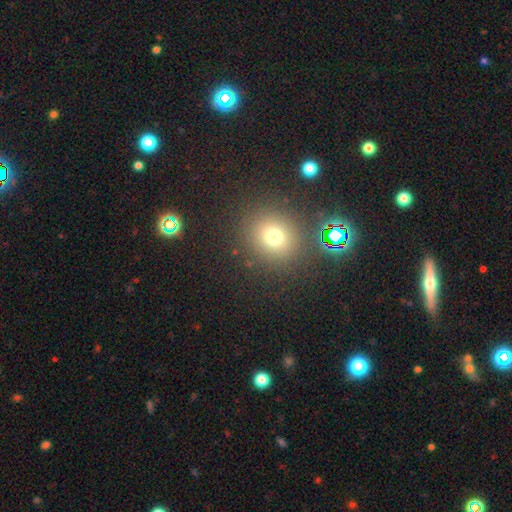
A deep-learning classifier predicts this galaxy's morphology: Overall: smooth (57%; star or artifact 33%). How rounded: round (87%). Merging: none (86%).